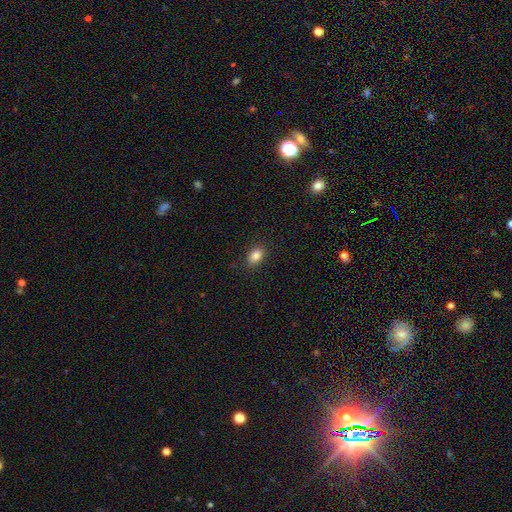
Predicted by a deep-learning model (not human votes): smooth-or-featured: smooth: 84% | star or artifact: 10% | featured or disk: 6%
  how-rounded: in between: 78% | round: 20% | cigar-shaped: 1%
  merging: none: 88% | minor disturbance: 9% | major disturbance: 2% | merger: 1%